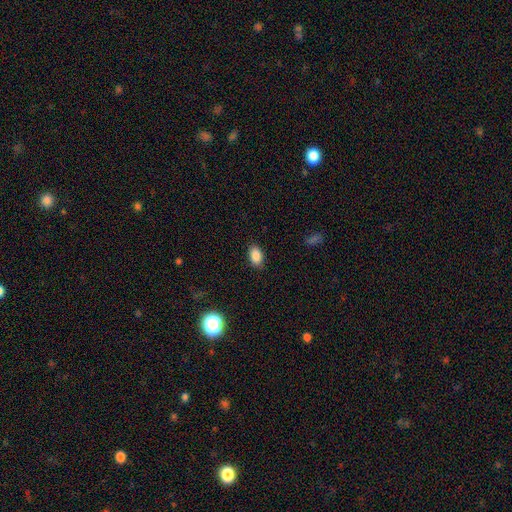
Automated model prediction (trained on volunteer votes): This is clearly a smooth galaxy (87%). How rounded: clearly in between (88%). Merging: clearly none (87%).